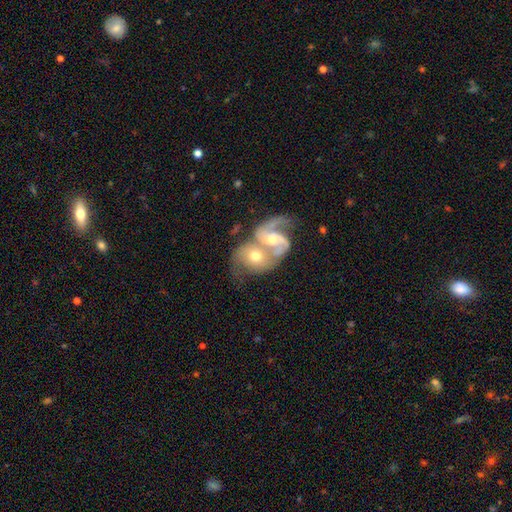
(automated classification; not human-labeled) Smooth or featured?
  - featured or disk: 74% *
  - smooth: 19%
  - star or artifact: 7%
Edge-on disk?
  - no: 97% *
  - yes: 3%
Bar?
  - no: 60% *
  - weak: 31%
  - strong: 9%
Spiral arms?
  - yes: 91% *
  - no: 9%
Spiral winding?
  - medium: 50% *
  - loose: 35%
  - tight: 15%
Spiral arm count?
  - 2: 71% *
  - can't tell: 10%
  - 3: 9%
  - 1: 8%
  - 4: 2%
  - more than 4: 2%
Bulge size?
  - moderate: 60% *
  - small: 30%
  - large: 6%
  - none: 3%
  - dominant: 1%
Merging?
  - merger: 74% *
  - none: 13%
  - major disturbance: 7%
  - minor disturbance: 6%